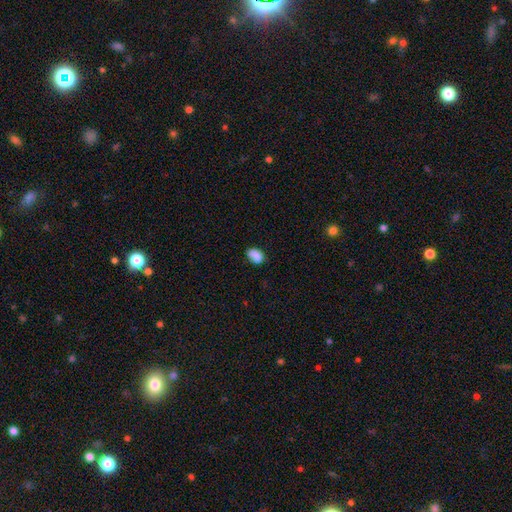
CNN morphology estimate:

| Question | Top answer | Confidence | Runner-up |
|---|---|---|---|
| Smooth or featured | smooth | 82% | star or artifact (10%) |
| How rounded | in between | 78% | round (21%) |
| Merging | none | 59% | minor disturbance (27%) |